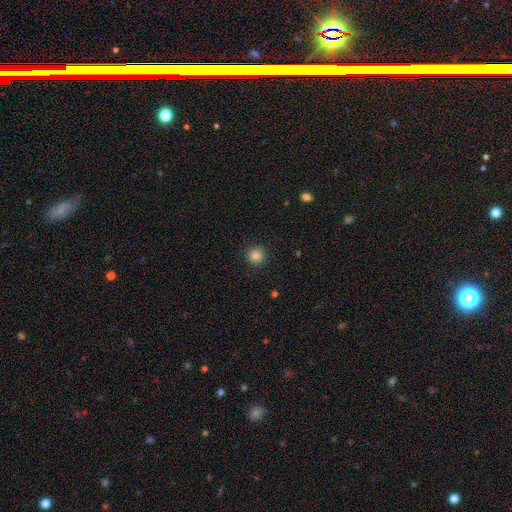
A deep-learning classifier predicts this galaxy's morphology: A smooth galaxy with no disk features (84%) that is round (93%). Merging: none (90%).